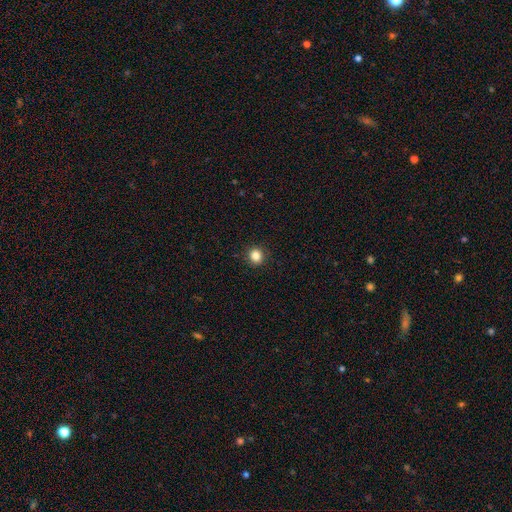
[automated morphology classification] This appears to be a smooth galaxy with no disk features (85%) that is round (88%). Merging: none (91%).